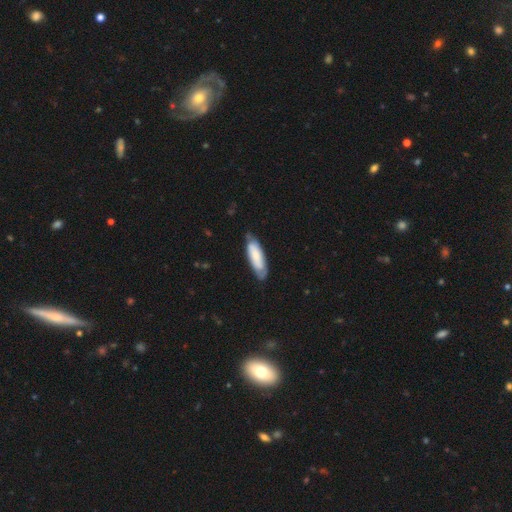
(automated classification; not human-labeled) Smooth or featured? smooth (60%)
How rounded? in between (54%)
Merging? none (67%)